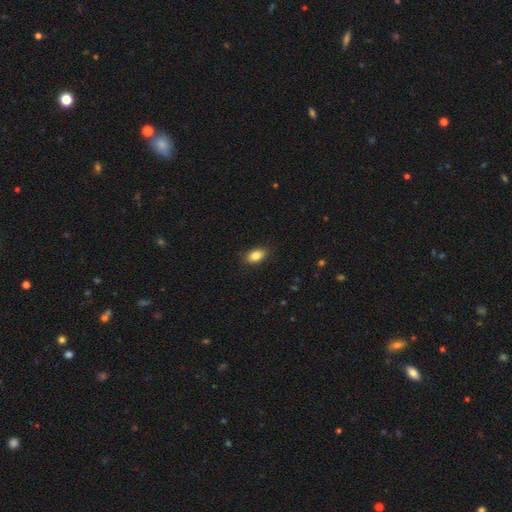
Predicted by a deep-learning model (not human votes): Morphology: type=smooth (85%); roundness=in between (87%); merging=none (86%).